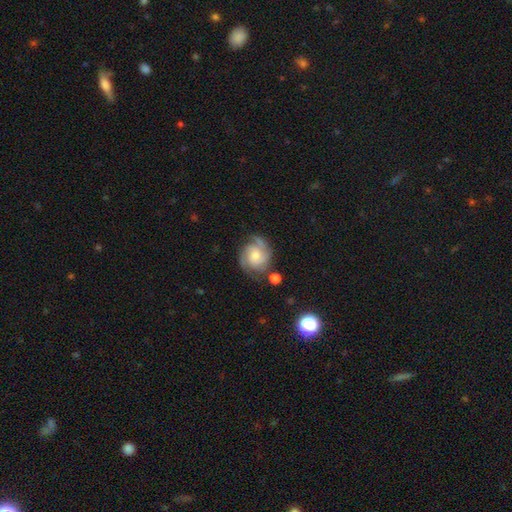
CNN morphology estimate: A featured or disk galaxy (84%) with no bar (69%), 3 (45%) tight (56%) spiral arms (97%) and a moderate central bulge (48%). Merging: none (72%).